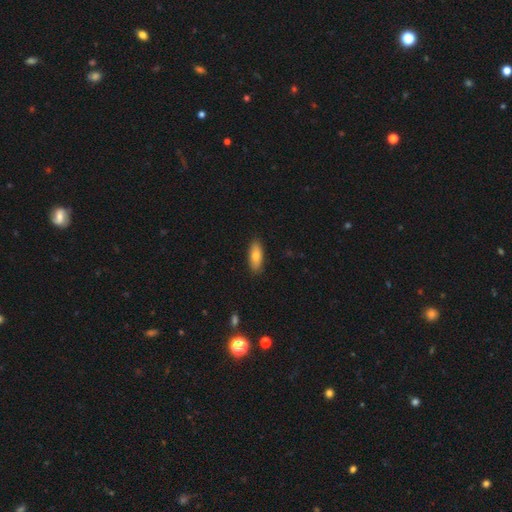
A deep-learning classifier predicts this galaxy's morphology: smooth_or_featured: smooth (p=0.76) [alt: featured or disk p=0.17]
how_rounded: in between (p=0.75) [alt: cigar-shaped p=0.22]
merging: none (p=0.88) [alt: minor disturbance p=0.09]